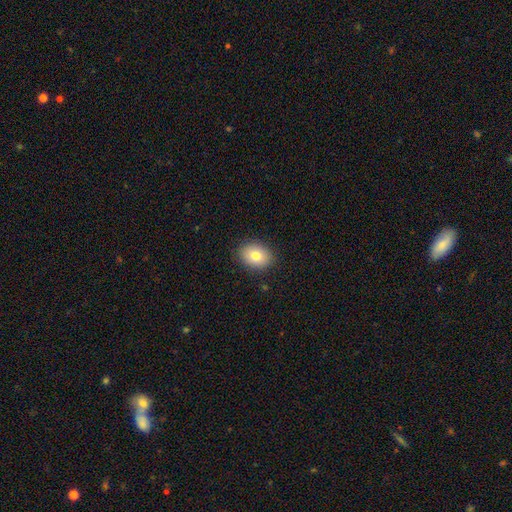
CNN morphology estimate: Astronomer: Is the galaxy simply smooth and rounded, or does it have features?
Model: smooth — 79%.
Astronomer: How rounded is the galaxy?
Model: in between — 62% (runner-up: round, 37%).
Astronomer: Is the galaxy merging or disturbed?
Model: none — 89%.